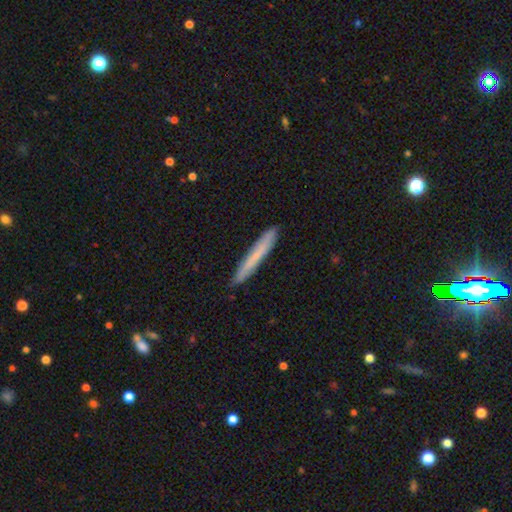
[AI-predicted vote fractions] A smooth galaxy with no disk features (68%) that is cigar-shaped (97%). Merging: none (90%).